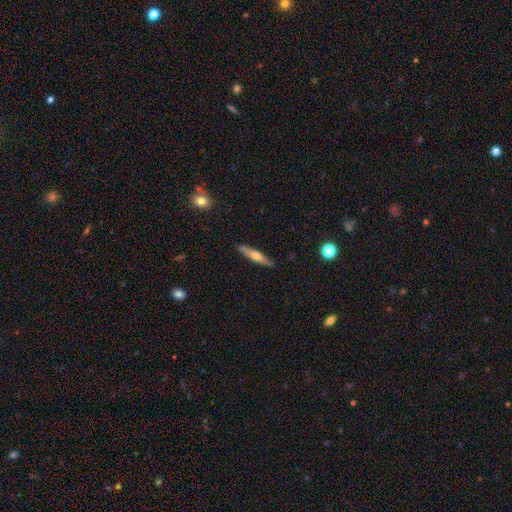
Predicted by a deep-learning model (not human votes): A featured or disk galaxy (54%) viewed edge-on (94%) with a rounded central bulge (89%). Merging: none (89%).